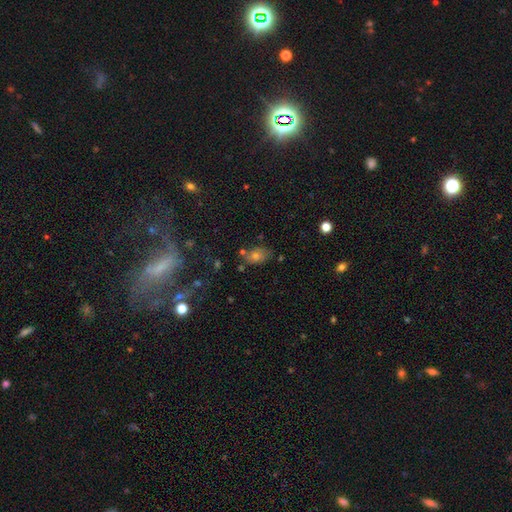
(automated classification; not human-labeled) smooth-or-featured: smooth: 58% | star or artifact: 24% | featured or disk: 18%
  how-rounded: in between: 75% | round: 23% | cigar-shaped: 2%
  merging: none: 72% | minor disturbance: 16% | merger: 7% | major disturbance: 5%